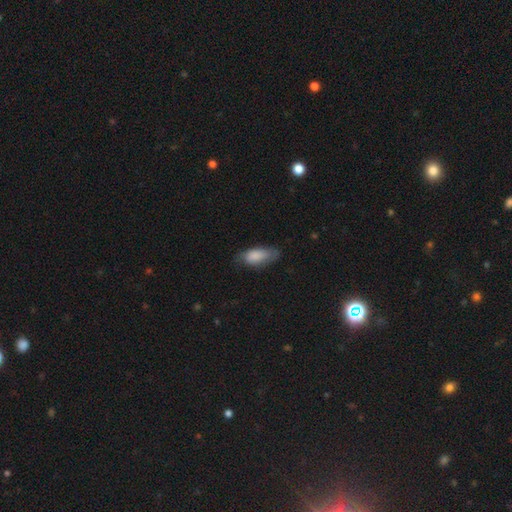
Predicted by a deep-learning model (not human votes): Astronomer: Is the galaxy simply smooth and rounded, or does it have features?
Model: smooth — 80%.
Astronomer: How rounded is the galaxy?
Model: in between — 85%.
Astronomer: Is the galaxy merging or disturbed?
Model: none — 59%.